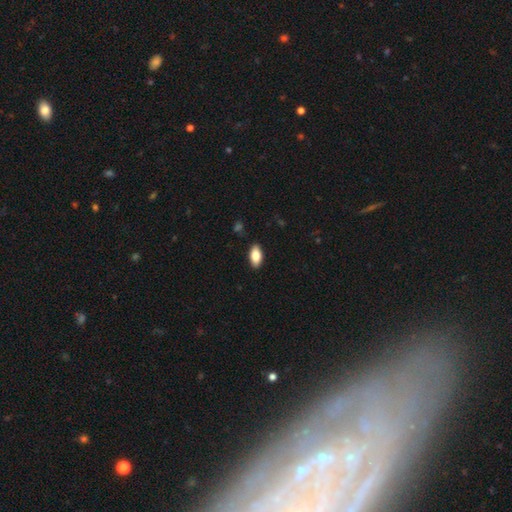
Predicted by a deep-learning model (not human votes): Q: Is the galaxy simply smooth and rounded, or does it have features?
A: smooth — 84%.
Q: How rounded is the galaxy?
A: in between — 92%.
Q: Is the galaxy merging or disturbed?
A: none — 89%.